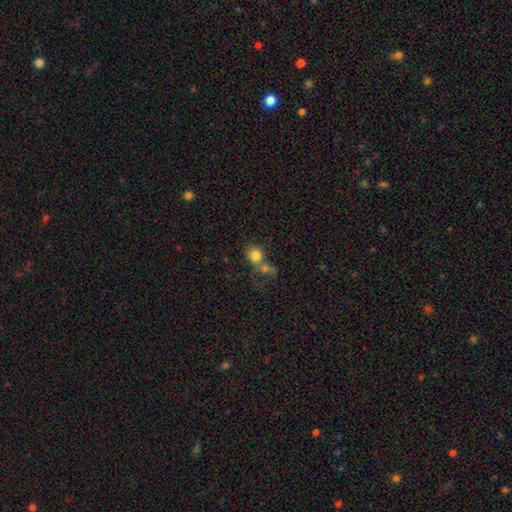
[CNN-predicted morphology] smooth-or-featured: smooth: 78% | featured or disk: 12% | star or artifact: 10%
  how-rounded: round: 68% | in between: 31% | cigar-shaped: 2%
  merging: merger: 57% | none: 27% | minor disturbance: 9% | major disturbance: 7%